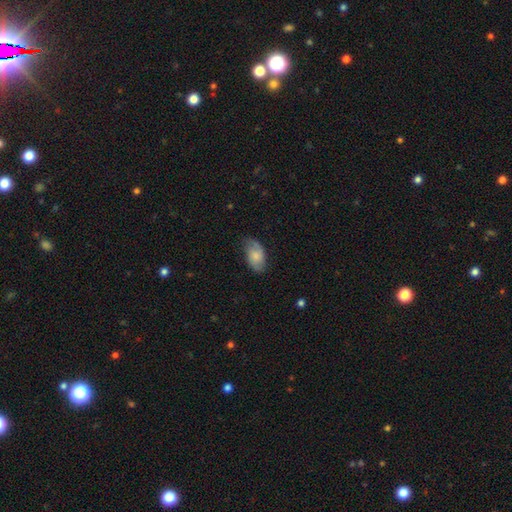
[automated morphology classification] Overall: smooth (54%; featured or disk 39%). How rounded: in between (92%). Merging: none (70%).